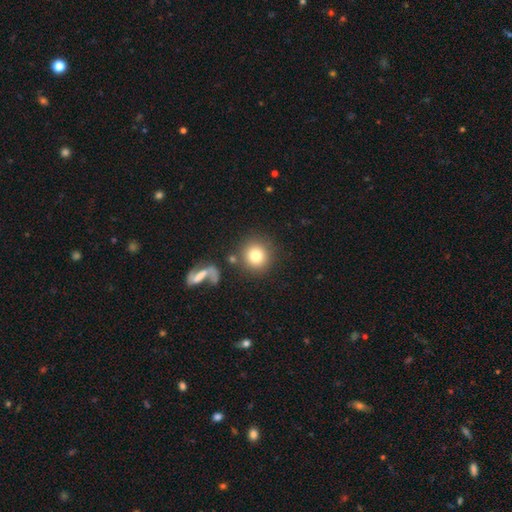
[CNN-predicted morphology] This is likely a smooth galaxy (78%). How rounded: clearly round (92%). Merging: likely none (77%).